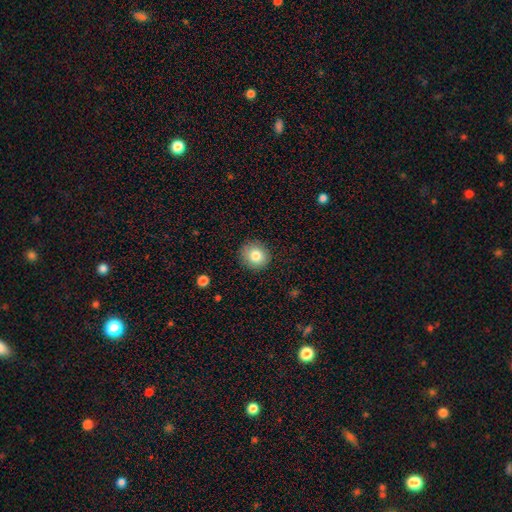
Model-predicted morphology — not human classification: Smooth or featured?
  - smooth: 82% *
  - star or artifact: 9%
  - featured or disk: 9%
How rounded?
  - round: 84% *
  - in between: 15%
  - cigar-shaped: 1%
Merging?
  - none: 88% *
  - minor disturbance: 8%
  - major disturbance: 2%
  - merger: 1%